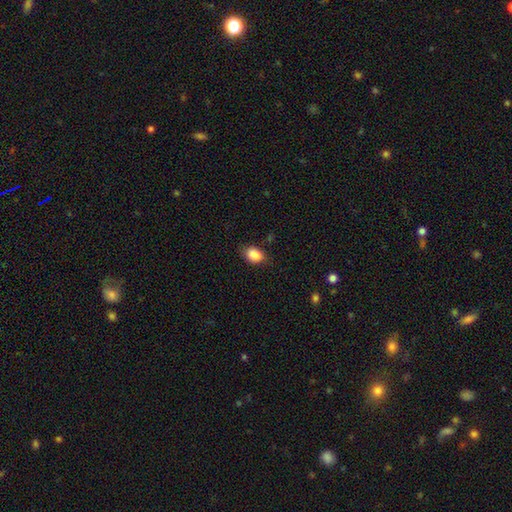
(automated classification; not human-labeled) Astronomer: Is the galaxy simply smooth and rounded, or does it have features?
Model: smooth — 88%.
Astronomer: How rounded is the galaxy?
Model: in between — 81%.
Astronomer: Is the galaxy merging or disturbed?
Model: none — 78%.